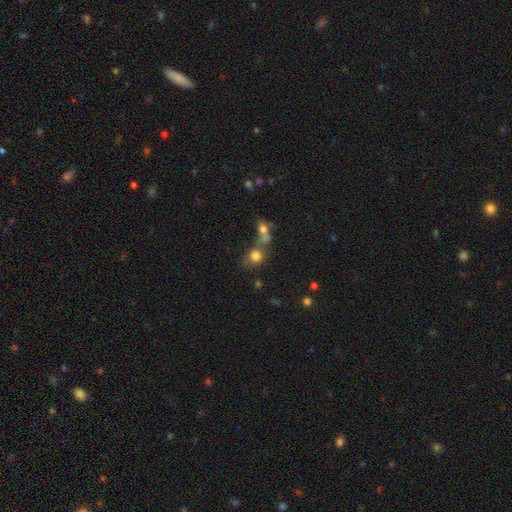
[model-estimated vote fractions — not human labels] Q: Smooth or featured?
A: smooth (77%); runner-up: star or artifact (13%)
Q: How rounded?
A: round (73%); runner-up: in between (25%)
Q: Merging?
A: none (43%); runner-up: merger (39%)